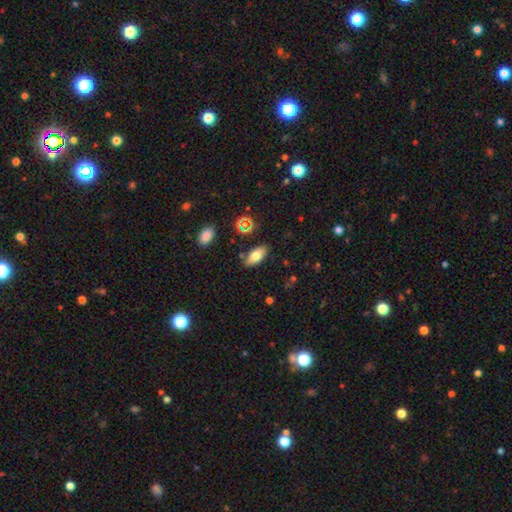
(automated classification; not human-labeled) Morphology: type=smooth (74%); roundness=in between (87%); merging=none (84%).